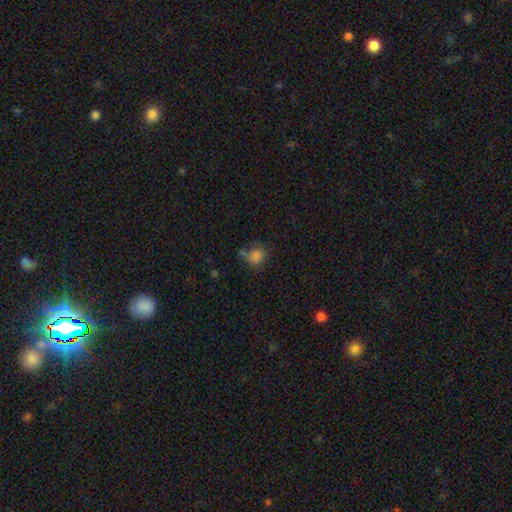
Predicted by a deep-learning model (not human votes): Morphology: type=smooth (78%); roundness=round (72%); merging=none (56%).